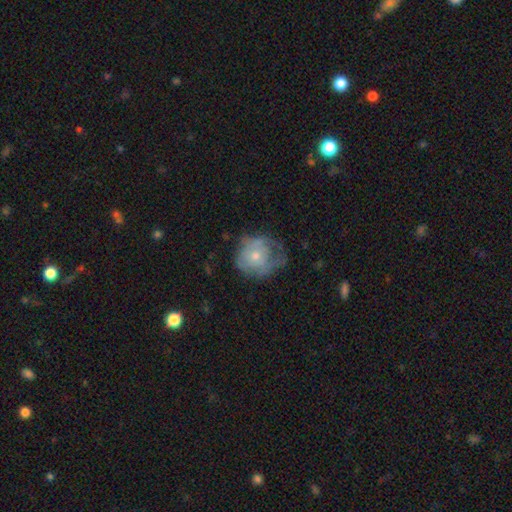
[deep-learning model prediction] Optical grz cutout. It shows a smooth galaxy with no disk features (46%, tied with featured or disk). Merging: none (40%).